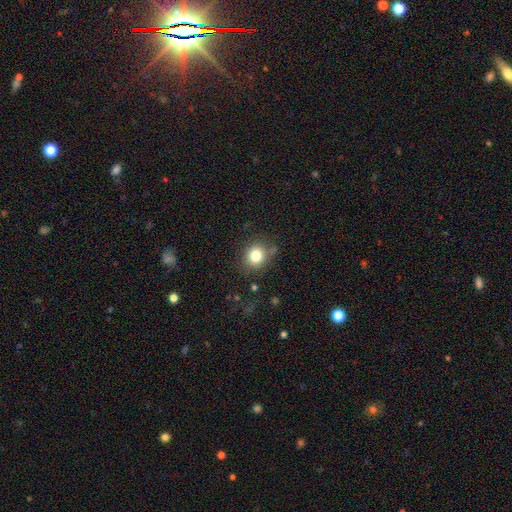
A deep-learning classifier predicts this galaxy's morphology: Smooth or featured?
  - smooth: 80% *
  - star or artifact: 12%
  - featured or disk: 8%
How rounded?
  - round: 76% *
  - in between: 23%
  - cigar-shaped: 1%
Merging?
  - none: 77% *
  - minor disturbance: 14%
  - major disturbance: 5%
  - merger: 4%